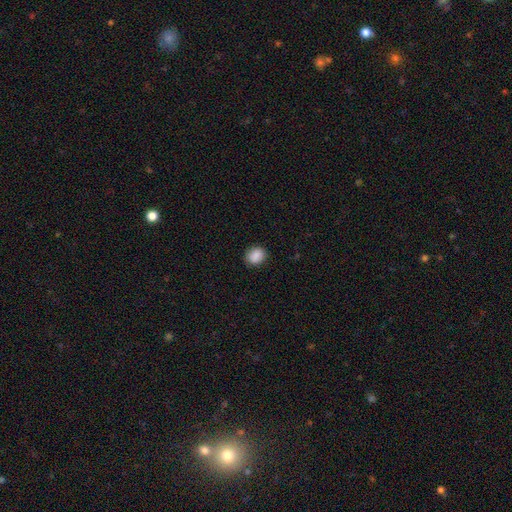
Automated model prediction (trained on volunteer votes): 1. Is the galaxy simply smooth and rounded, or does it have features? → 89% smooth, 8% star or artifact, 3% featured or disk.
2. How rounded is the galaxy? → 56% round, 43% in between, 1% cigar-shaped.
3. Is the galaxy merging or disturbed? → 88% none, 9% minor disturbance, 2% major disturbance, 1% merger.